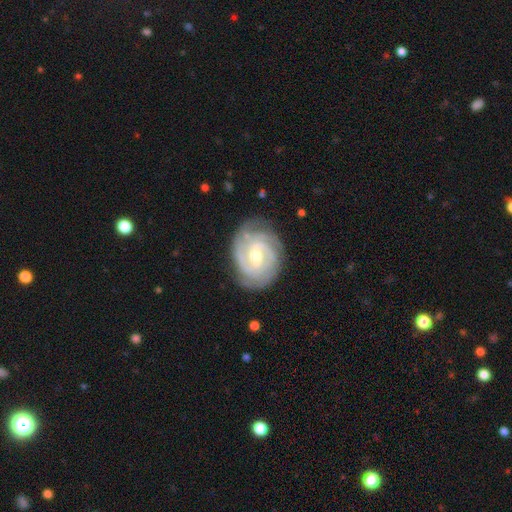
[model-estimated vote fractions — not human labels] A featured or disk galaxy (89%) with a weak bar (57%), 3 (32%, tied with 2) tight (67%) spiral arms (97%) and a moderate central bulge (55%).

Vote fractions:
- Smooth or featured? featured or disk: 89% / smooth: 7% / star or artifact: 4%
- Edge-on disk? no: 98% / yes: 2%
- Bar? weak: 57% / no: 23% / strong: 20%
- Spiral arms? yes: 97% / no: 3%
- Spiral winding? tight: 67% / medium: 28% / loose: 4%
- Spiral arm count? 3: 32% (tied) / 2: 32% (tied) / can't tell: 18% / 4: 10% / 1: 4% / more than 4: 4%
- Bulge size? moderate: 55% / small: 41% / large: 2% / none: 1% / dominant: 1%
- Merging? none: 78% / minor disturbance: 16% / major disturbance: 5% / merger: 1%